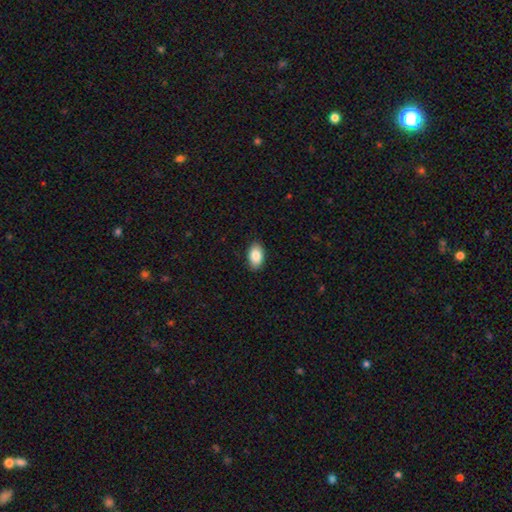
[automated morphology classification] Smooth or featured? Predicted: smooth (p=0.86). How rounded? Predicted: in between (p=0.92). Merging? Predicted: none (p=0.89).